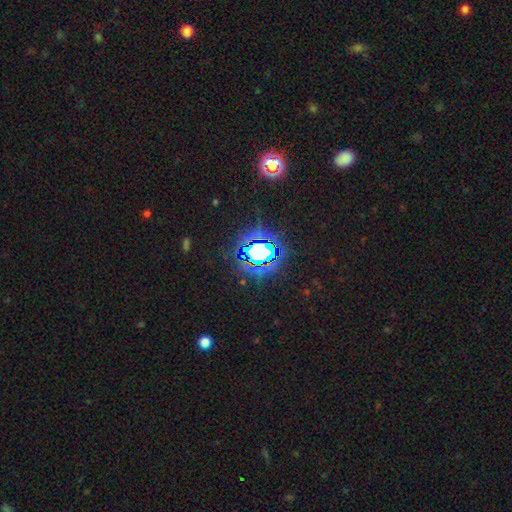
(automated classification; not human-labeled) Smooth or featured?
  - star or artifact: 79% *
  - smooth: 13%
  - featured or disk: 8%